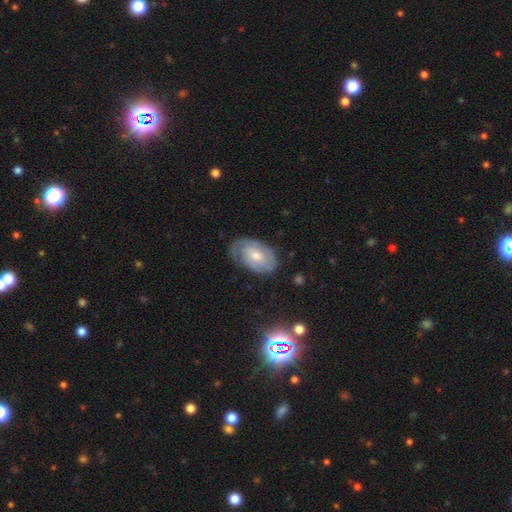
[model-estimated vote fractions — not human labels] Morphology: type=featured or disk (63%); edge-on=no (94%); bar=no (62%); spiral arms=yes (83%); bulge=moderate (51%); merging=none (68%).